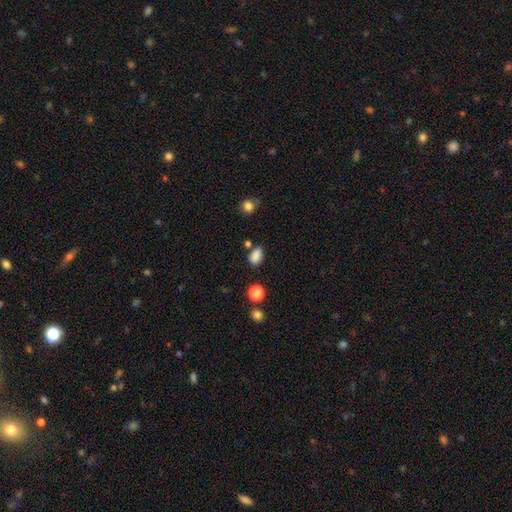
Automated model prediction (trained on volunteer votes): Smooth or featured?
  - smooth: 84% *
  - star or artifact: 11%
  - featured or disk: 5%
How rounded?
  - in between: 81% *
  - round: 17%
  - cigar-shaped: 2%
Merging?
  - none: 74% *
  - minor disturbance: 15%
  - merger: 7%
  - major disturbance: 4%